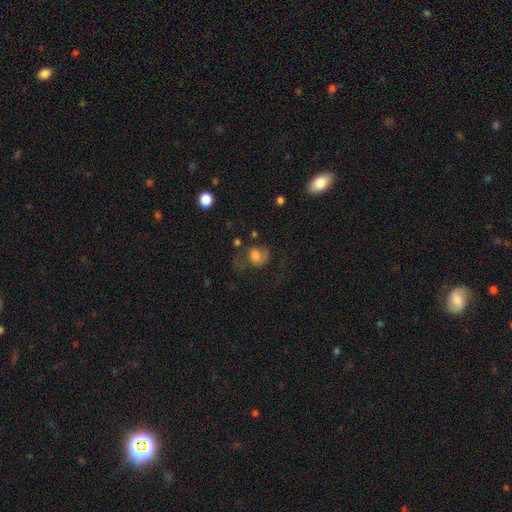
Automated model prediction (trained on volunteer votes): A smooth galaxy with no disk features (66%) that is round (62%). Merging: major disturbance (38%).